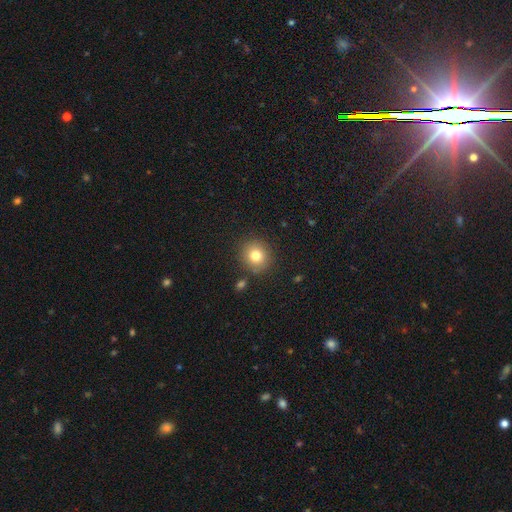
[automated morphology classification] Smooth or featured?
  - smooth: 78% *
  - star or artifact: 12%
  - featured or disk: 10%
How rounded?
  - round: 88% *
  - in between: 11%
  - cigar-shaped: 1%
Merging?
  - none: 86% *
  - minor disturbance: 8%
  - merger: 3%
  - major disturbance: 3%